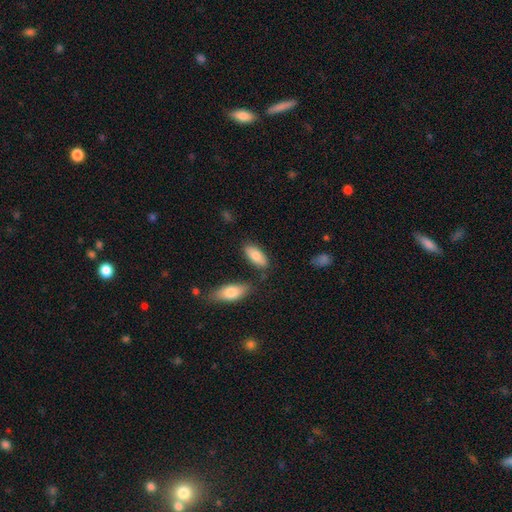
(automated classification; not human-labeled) smooth-or-featured: smooth: 81% | featured or disk: 12% | star or artifact: 6%
  how-rounded: in between: 85% | cigar-shaped: 13% | round: 2%
  merging: none: 75% | minor disturbance: 14% | merger: 8% | major disturbance: 4%